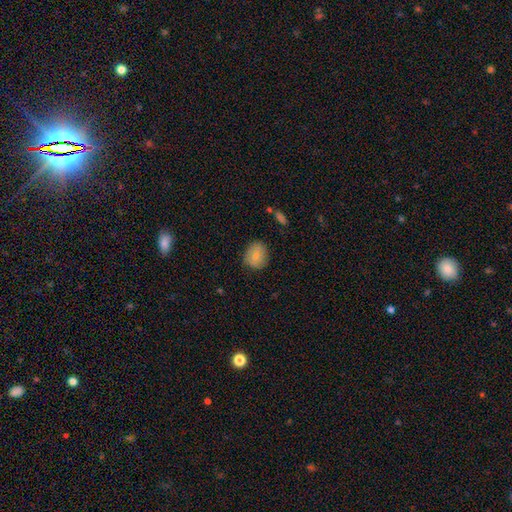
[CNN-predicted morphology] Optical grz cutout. It shows a smooth galaxy with no disk features (78%) that is round (62%). Merging: none (78%).